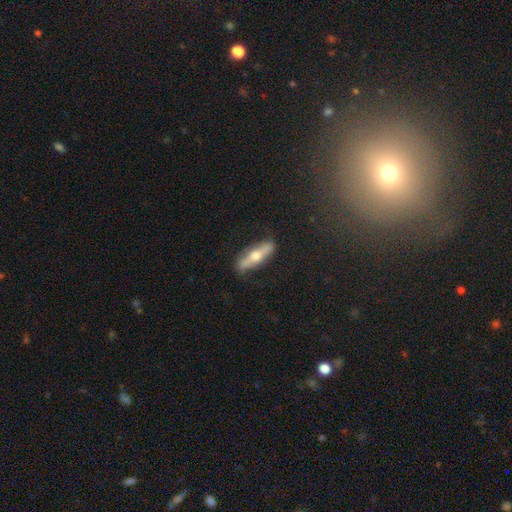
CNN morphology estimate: The model was most divided on "smooth or featured": featured or disk: 54%, smooth: 40%, star or artifact: 6%. More confident: merging — none (85%); edge-on disk — yes (83%).